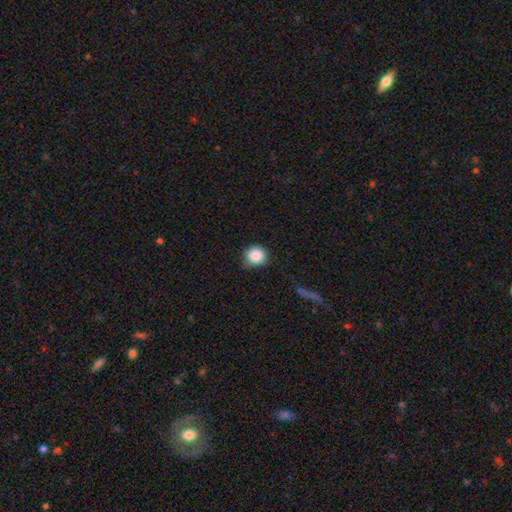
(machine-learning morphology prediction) Overall: smooth (87%). How rounded: round (88%). Merging: none (69%).